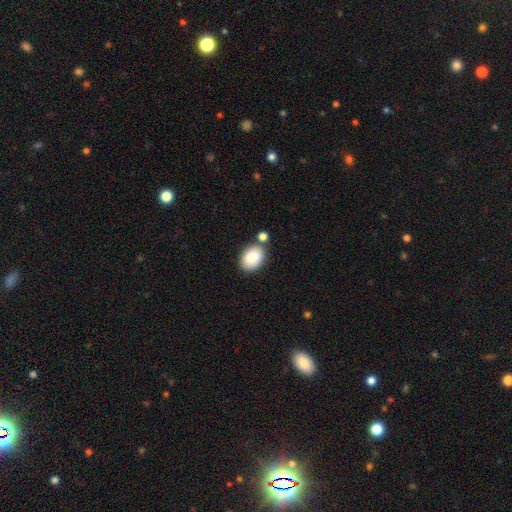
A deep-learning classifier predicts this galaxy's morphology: Smooth or featured?
  - smooth: 84% *
  - featured or disk: 9%
  - star or artifact: 7%
How rounded?
  - in between: 81% *
  - round: 18%
  - cigar-shaped: 1%
Merging?
  - none: 69% *
  - minor disturbance: 14%
  - merger: 14%
  - major disturbance: 4%